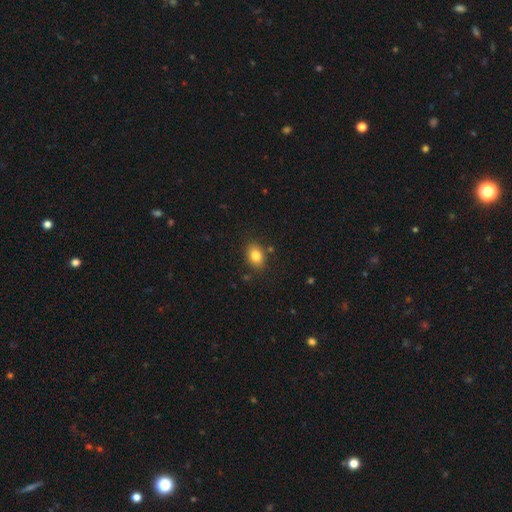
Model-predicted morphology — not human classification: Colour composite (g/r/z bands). It shows a smooth galaxy with no disk features (83%) that is in between round and cigar-shaped (71%). Merging: none (84%).